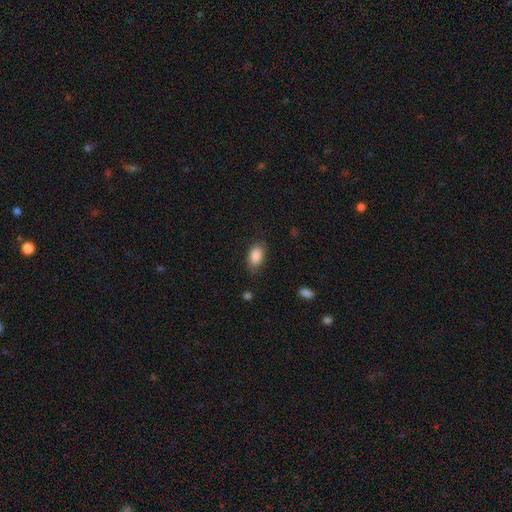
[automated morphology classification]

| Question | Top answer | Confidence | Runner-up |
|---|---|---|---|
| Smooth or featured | smooth | 87% | star or artifact (7%) |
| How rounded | in between | 91% | round (7%) |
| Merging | none | 76% | minor disturbance (18%) |